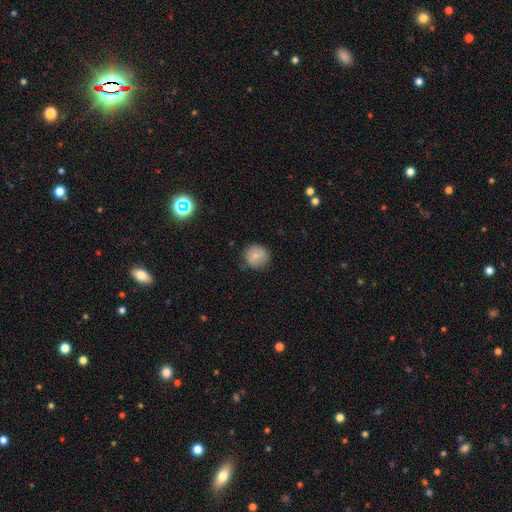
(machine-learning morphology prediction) This is likely a smooth galaxy (76%). How rounded: clearly round (88%). Merging: likely none (78%).